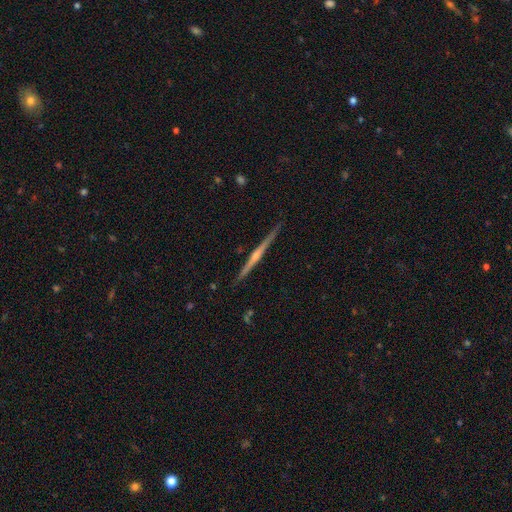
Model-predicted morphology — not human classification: Smooth or featured: featured or disk — 81% (smooth — 14%)
Edge-on disk: yes — 99% (no — 1%)
Edge-on bulge: rounded — 73% (none — 19%)
Merging: none — 90% (minor disturbance — 7%)